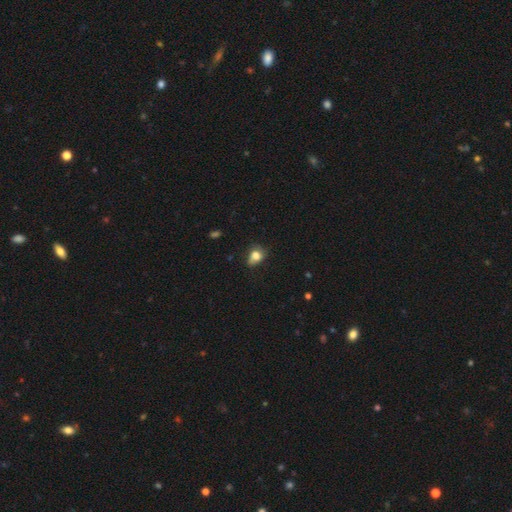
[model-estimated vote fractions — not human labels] Overall: smooth (77%). How rounded: in between (54%; round 45%). Merging: none (47%; minor disturbance 36%).